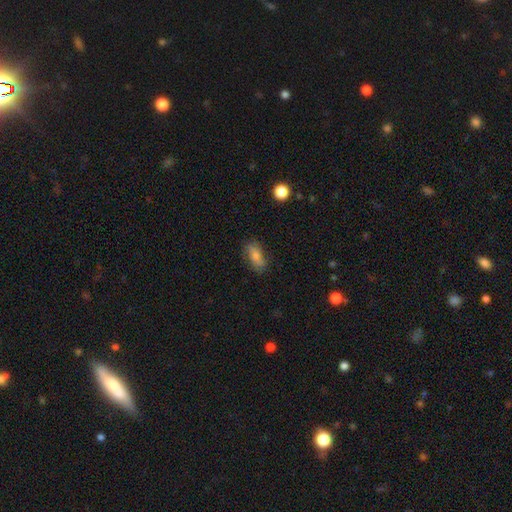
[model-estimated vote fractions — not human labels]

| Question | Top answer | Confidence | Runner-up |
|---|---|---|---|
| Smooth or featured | smooth | 60% | featured or disk (30%) |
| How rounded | in between | 77% | cigar-shaped (17%) |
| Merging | none | 75% | minor disturbance (18%) |